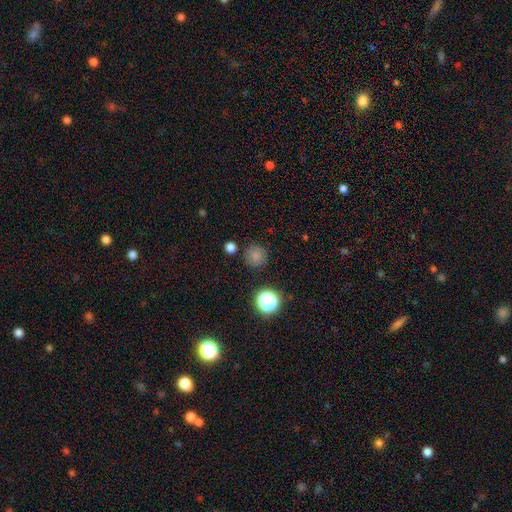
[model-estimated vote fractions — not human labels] A smooth galaxy with no disk features (77%) that is round (94%). Merging: none (85%).